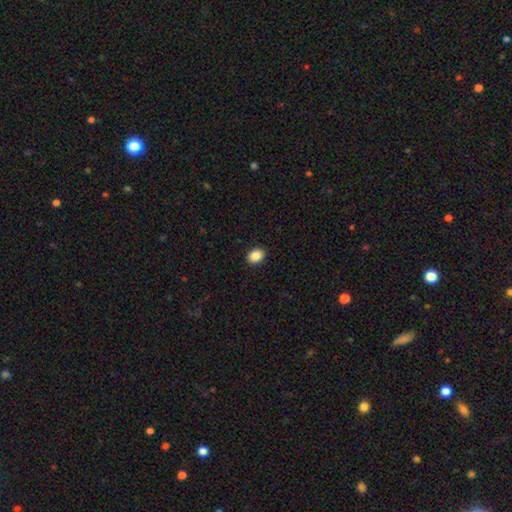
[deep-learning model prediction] smooth_or_featured: smooth (p=0.87) [alt: star or artifact p=0.08]
how_rounded: in between (p=0.67) [alt: round p=0.32]
merging: none (p=0.91) [alt: minor disturbance p=0.06]